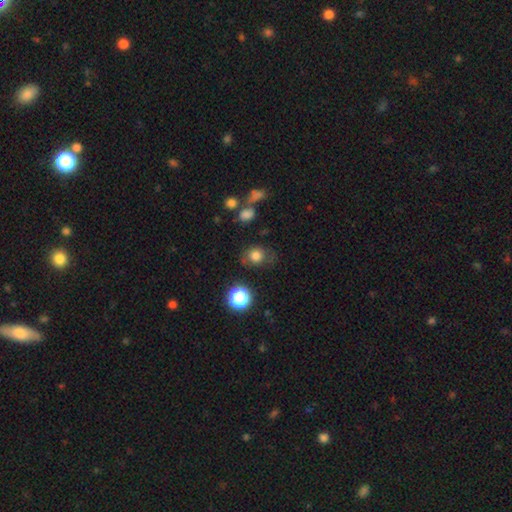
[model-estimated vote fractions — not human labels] This appears to be a smooth galaxy with no disk features (79%) that is round (69%). Merging: none (70%).